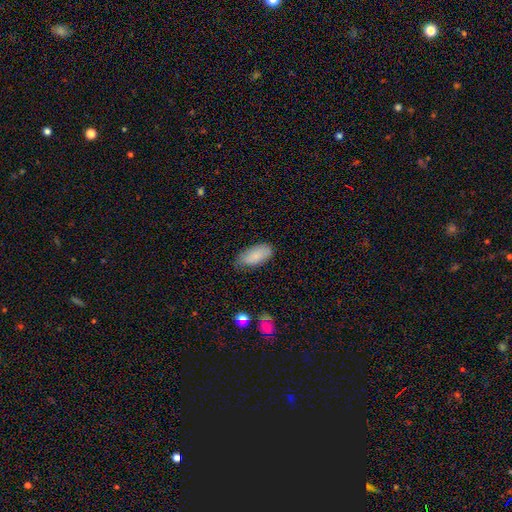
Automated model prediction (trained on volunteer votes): smooth_or_featured: smooth (p=0.86) [alt: featured or disk p=0.08]
how_rounded: in between (p=0.92) [alt: cigar-shaped p=0.06]
merging: none (p=0.71) [alt: minor disturbance p=0.23]